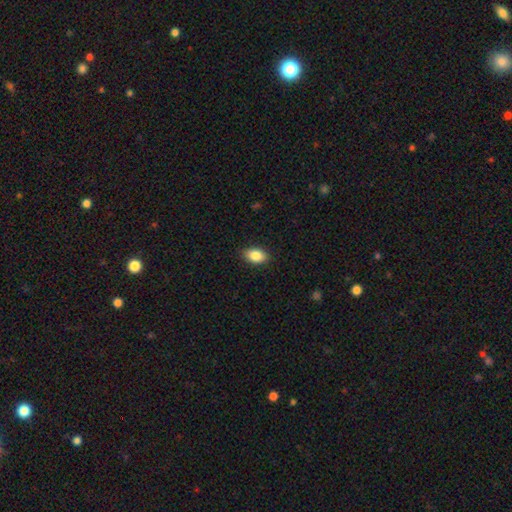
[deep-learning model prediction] smooth 86%, star or artifact 8%, featured or disk 6%. Down the decision tree: how rounded — in between (89%); merging — none (89%).